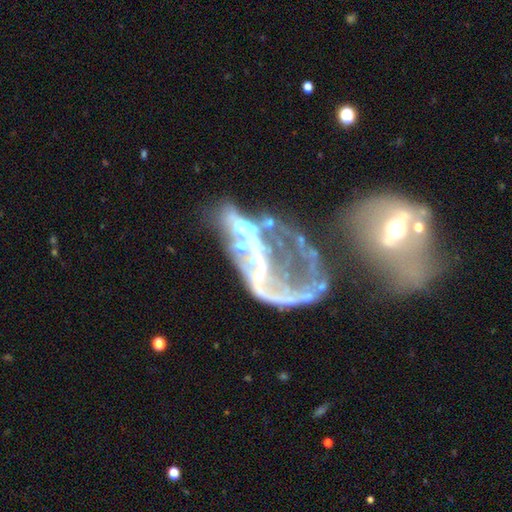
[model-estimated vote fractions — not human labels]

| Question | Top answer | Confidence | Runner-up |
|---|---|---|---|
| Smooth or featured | featured or disk | 76% | star or artifact (13%) |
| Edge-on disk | no | 95% | yes (5%) |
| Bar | no | 61% | weak (24%) |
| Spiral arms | yes | 54% | no (46%) |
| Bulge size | small | 37% | none (35%) |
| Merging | merger | 44% | major disturbance (36%) |